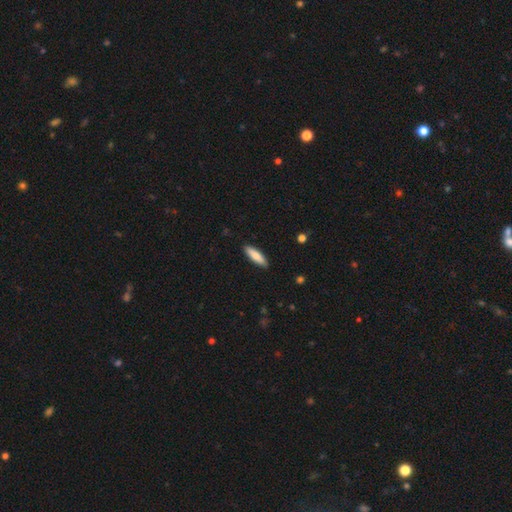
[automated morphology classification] This appears to be a smooth galaxy with no disk features (79%) that is cigar-shaped (59%). Merging: none (89%).